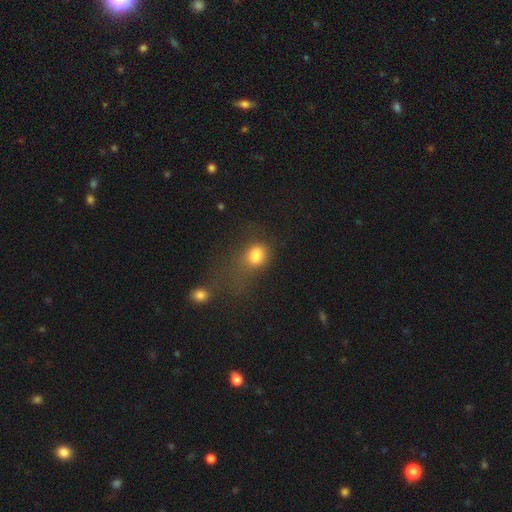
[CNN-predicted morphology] This is likely a smooth galaxy (76%). How rounded: likely in between (65%). Merging: marginally major disturbance (35%).